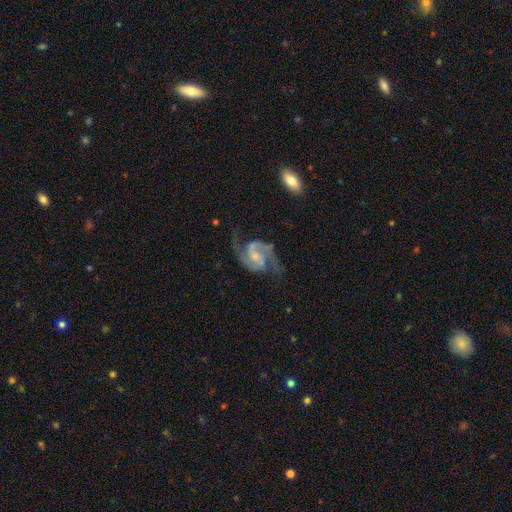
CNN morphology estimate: Smooth or featured? featured or disk (91%)
Edge-on disk? no (98%)
Bar? weak (48%)
Spiral arms? yes (98%)
Spiral winding? medium (59%)
Spiral arm count? 2 (93%)
Bulge size? small (44%)
Merging? none (70%)